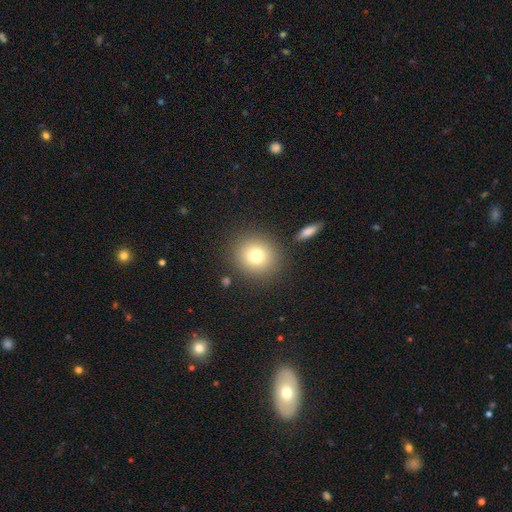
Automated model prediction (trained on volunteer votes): smooth_or_featured: smooth (p=0.77) [alt: star or artifact p=0.12]
how_rounded: round (p=0.87) [alt: in between p=0.12]
merging: none (p=0.85) [alt: minor disturbance p=0.08]